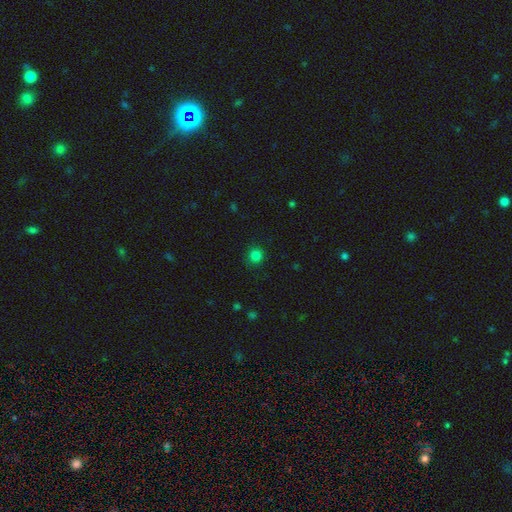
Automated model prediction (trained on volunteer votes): The model was most divided on "smooth or featured": smooth: 82%, star or artifact: 15%, featured or disk: 4%. More confident: how rounded — round (92%); merging — none (89%).